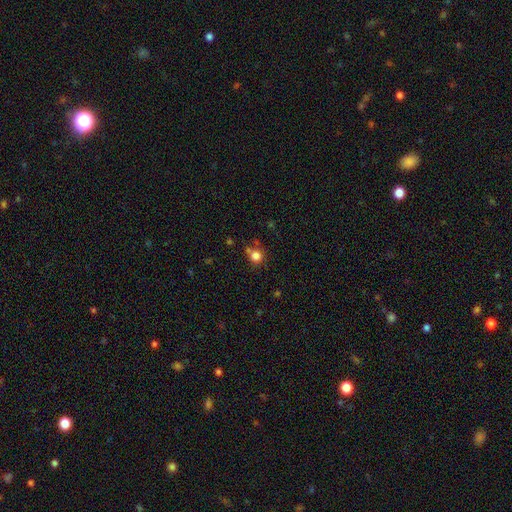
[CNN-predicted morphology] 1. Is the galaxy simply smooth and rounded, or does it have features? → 81% smooth, 13% star or artifact, 6% featured or disk.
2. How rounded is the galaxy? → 88% round, 12% in between, 1% cigar-shaped.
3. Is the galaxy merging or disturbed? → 66% none, 15% minor disturbance, 14% merger, 6% major disturbance.